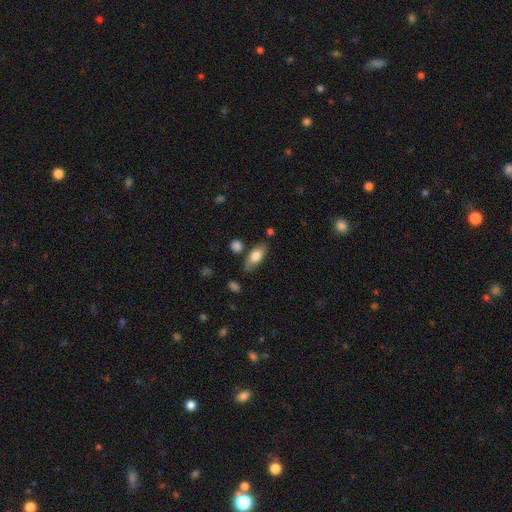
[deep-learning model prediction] Morphology: type=smooth (75%); roundness=in between (86%); merging=none (73%).